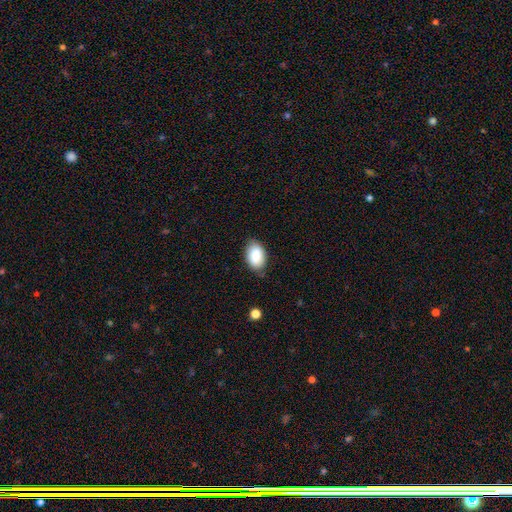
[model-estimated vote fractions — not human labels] A smooth galaxy with no disk features (88%) that is in between round and cigar-shaped (91%). Merging: none (79%).